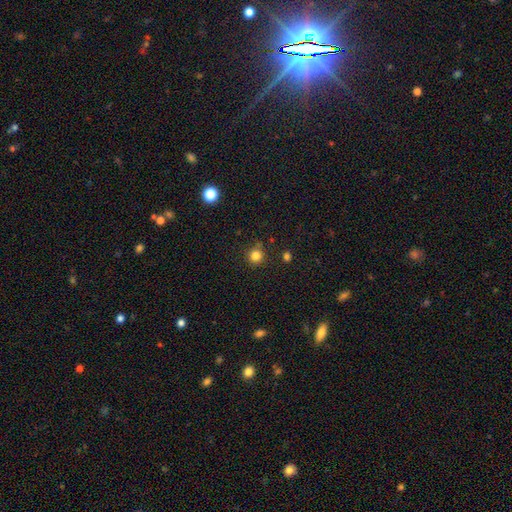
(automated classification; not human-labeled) Overall: smooth (82%). How rounded: round (94%). Merging: none (84%).